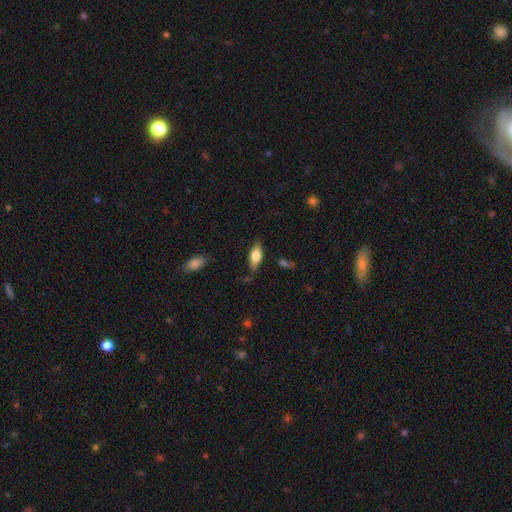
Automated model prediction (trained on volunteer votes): A smooth galaxy with no disk features (66%) that is in between round and cigar-shaped (79%). Merging: none (78%).